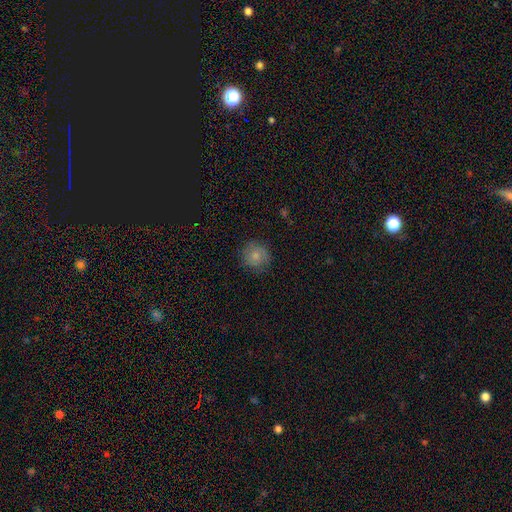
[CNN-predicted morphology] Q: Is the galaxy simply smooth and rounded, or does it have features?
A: smooth — 79%.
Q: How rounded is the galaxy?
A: round — 91%.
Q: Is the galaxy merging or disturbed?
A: none — 81%.